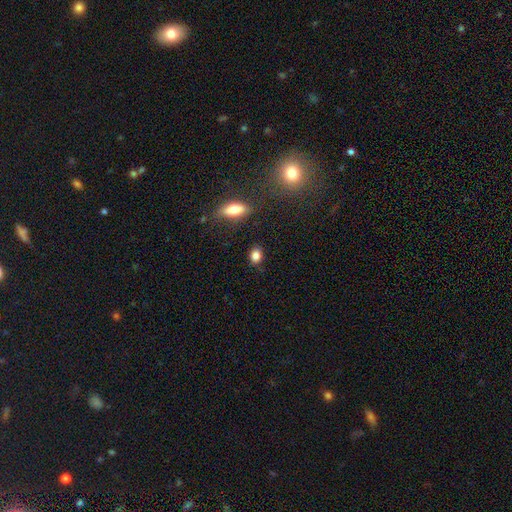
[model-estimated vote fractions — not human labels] smooth_or_featured: smooth (p=0.84) [alt: star or artifact p=0.10]
how_rounded: in between (p=0.62) [alt: round p=0.35]
merging: none (p=0.83) [alt: minor disturbance p=0.12]